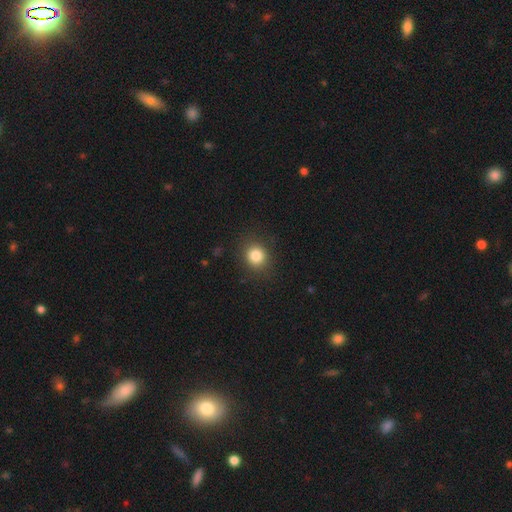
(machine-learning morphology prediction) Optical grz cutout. It shows a smooth galaxy with no disk features (83%) that is round (81%). Merging: none (87%).